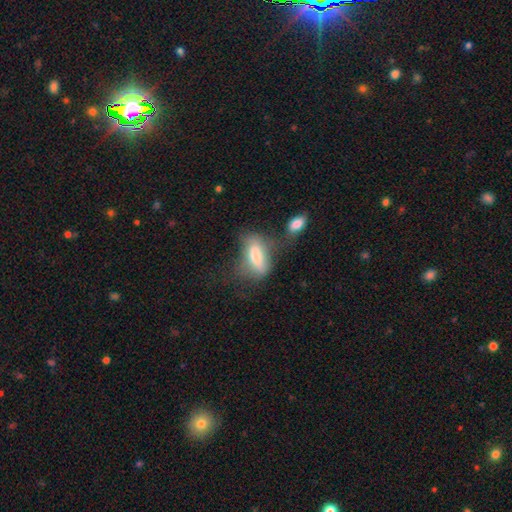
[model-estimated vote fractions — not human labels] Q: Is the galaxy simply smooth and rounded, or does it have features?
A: smooth — 67%.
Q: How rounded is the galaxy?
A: in between — 76%.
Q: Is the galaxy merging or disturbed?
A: none — 34%.